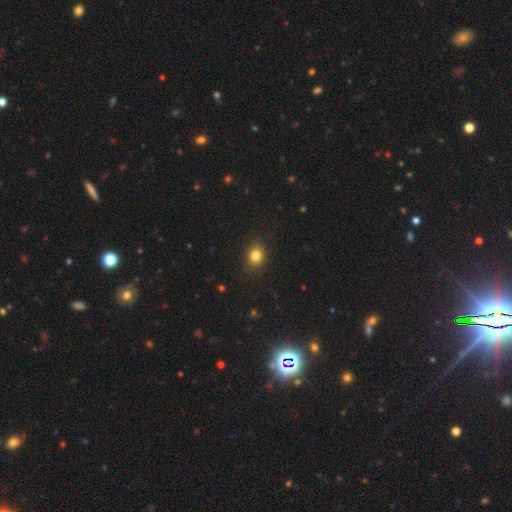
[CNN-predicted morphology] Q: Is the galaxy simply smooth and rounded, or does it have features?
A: smooth — 82%.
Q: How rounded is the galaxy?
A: round — 54%.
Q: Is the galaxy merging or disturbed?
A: none — 87%.